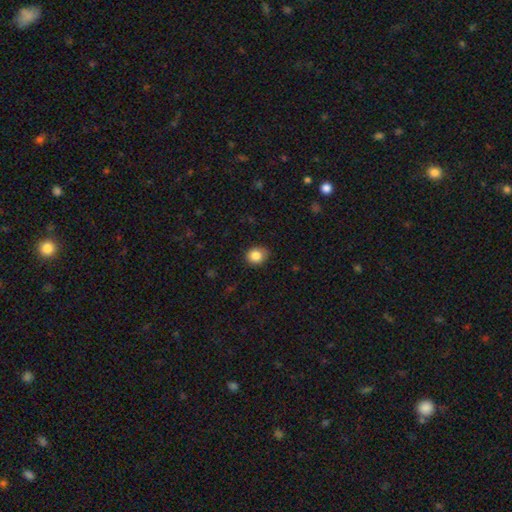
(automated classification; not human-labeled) The model was most divided on "how rounded": round: 68%, in between: 31%, cigar-shaped: 1%. More confident: smooth or featured — smooth (85%); merging — none (81%).